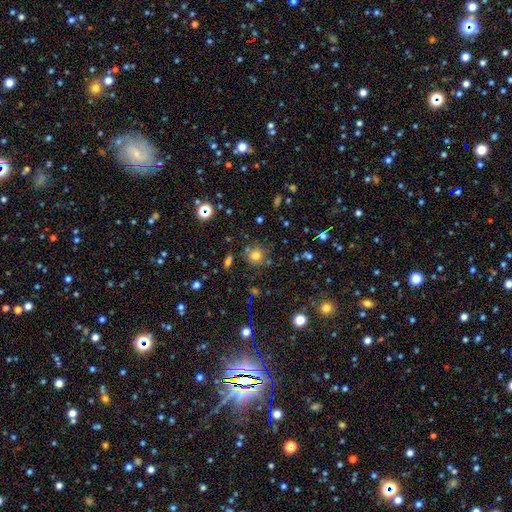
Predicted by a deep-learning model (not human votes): Smooth or featured? Predicted: smooth (p=0.70). How rounded? Predicted: round (p=0.87). Merging? Predicted: none (p=0.75).